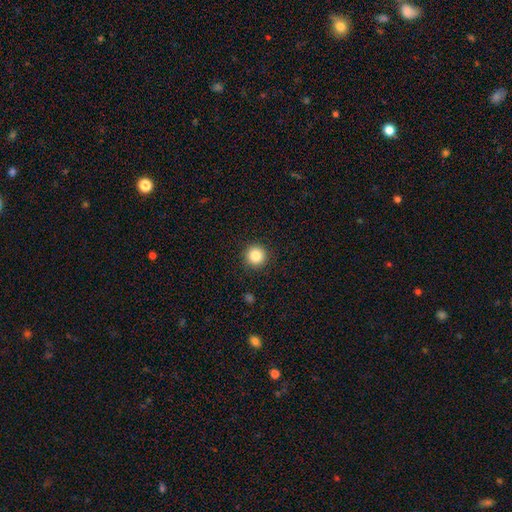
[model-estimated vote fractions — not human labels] smooth 85%, star or artifact 10%, featured or disk 5%. Down the decision tree: how rounded — round (96%); merging — none (92%).